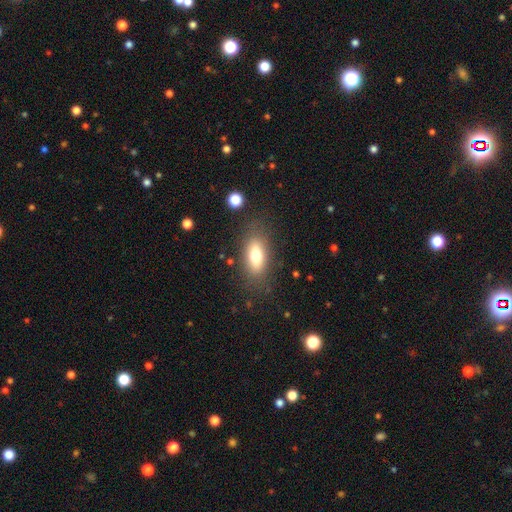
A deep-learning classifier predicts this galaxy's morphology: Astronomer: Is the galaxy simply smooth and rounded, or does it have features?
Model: smooth — 73%.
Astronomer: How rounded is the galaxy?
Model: in between — 81%.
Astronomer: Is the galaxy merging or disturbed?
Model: none — 80%.